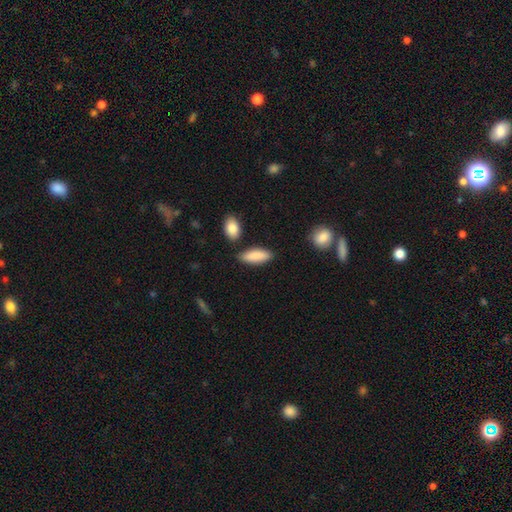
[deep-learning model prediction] This is clearly a smooth galaxy (88%). How rounded: likely in between (71%). Merging: likely none (77%).